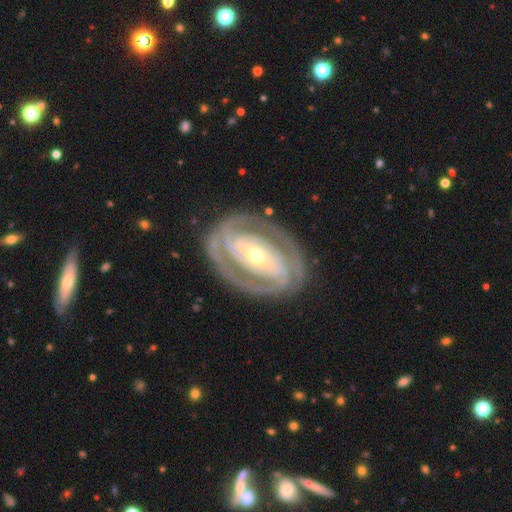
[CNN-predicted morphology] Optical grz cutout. It shows a featured or disk galaxy (86%) with no bar (48%), 2 (59%) tight (71%) spiral arms (87%) and a small central bulge (58%). Merging: none (79%).